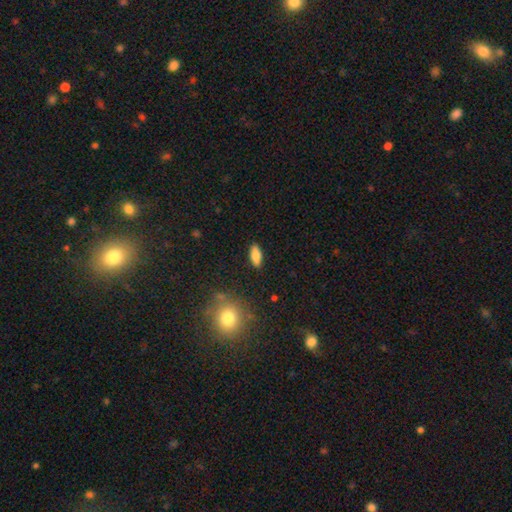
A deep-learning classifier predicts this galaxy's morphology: A smooth galaxy with no disk features (80%) that is in between round and cigar-shaped (72%). Merging: none (88%).